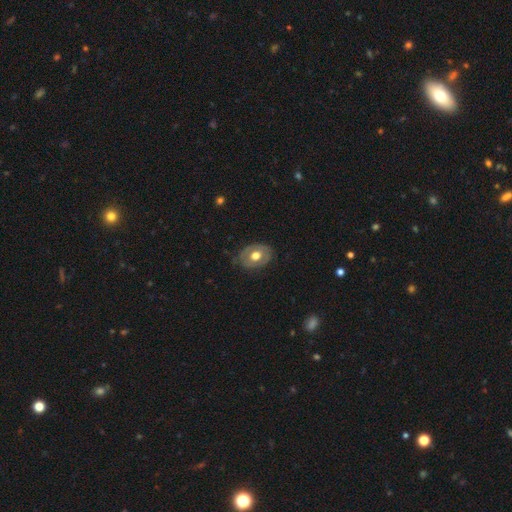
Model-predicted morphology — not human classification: Q: Smooth or featured?
A: featured or disk (50%); runner-up: smooth (44%)
Q: Edge-on disk?
A: no (93%); runner-up: yes (7%)
Q: Merging?
A: none (76%); runner-up: minor disturbance (18%)